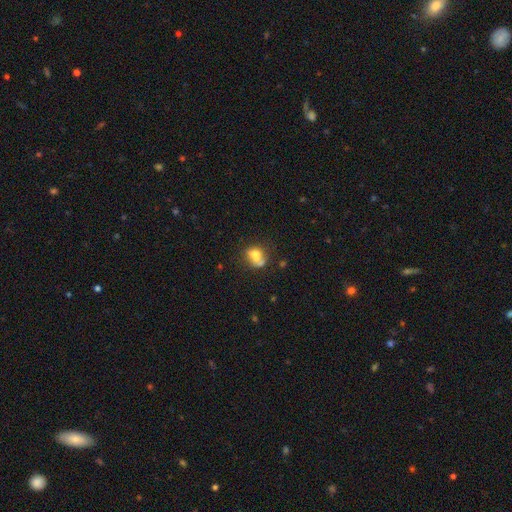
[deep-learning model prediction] smooth 63%, featured or disk 25%, star or artifact 12%. Down the decision tree: how rounded — round (53%); merging — merger (44%).